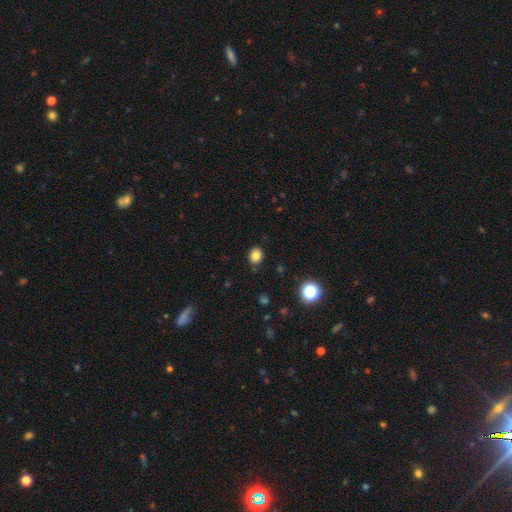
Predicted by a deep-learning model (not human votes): Morphology: type=smooth (81%); roundness=round (63%); merging=none (84%).